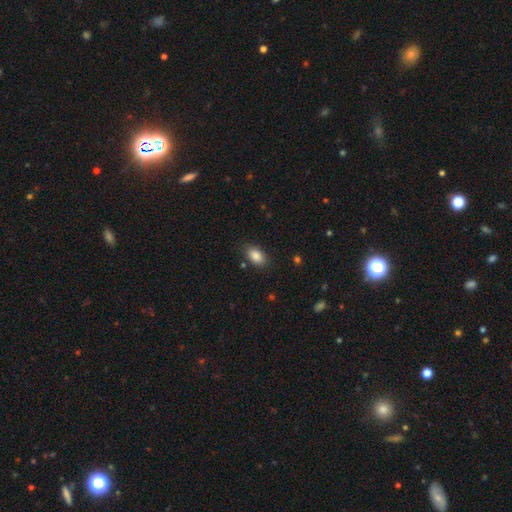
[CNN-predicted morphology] Smooth or featured: smooth — 87% (star or artifact — 8%)
How rounded: in between — 90% (round — 8%)
Merging: none — 85% (minor disturbance — 11%)